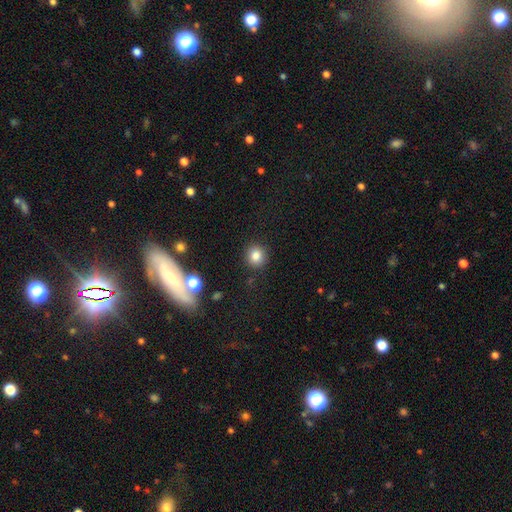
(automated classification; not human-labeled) Smooth or featured? Predicted: smooth (p=0.82). How rounded? Predicted: round (p=0.90). Merging? Predicted: none (p=0.89).